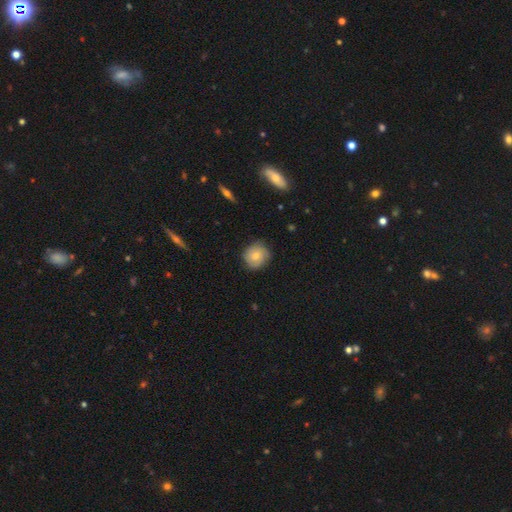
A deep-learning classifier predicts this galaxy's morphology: This appears to be a smooth galaxy with no disk features (66%) that is round (86%). Merging: none (78%).